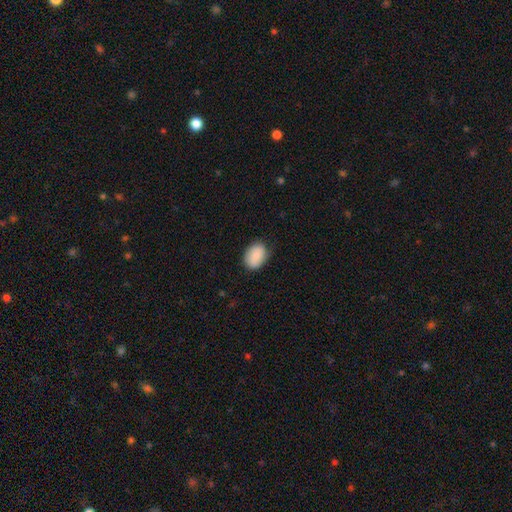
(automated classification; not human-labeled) smooth_or_featured: smooth (p=0.85) [alt: featured or disk p=0.08]
how_rounded: in between (p=0.81) [alt: round p=0.18]
merging: none (p=0.78) [alt: minor disturbance p=0.17]